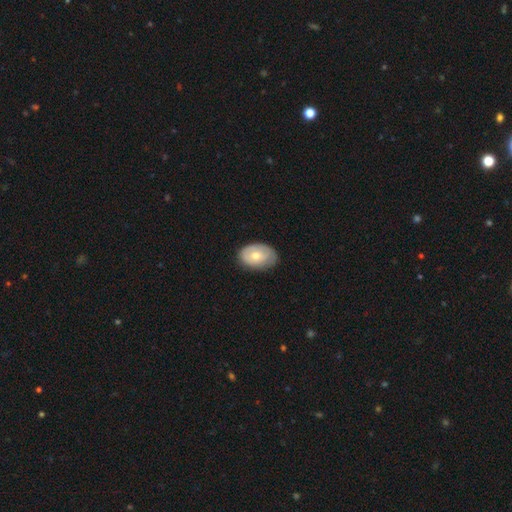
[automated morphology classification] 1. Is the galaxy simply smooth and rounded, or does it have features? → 60% smooth, 34% featured or disk, 6% star or artifact.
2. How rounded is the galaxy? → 85% in between, 14% round, 1% cigar-shaped.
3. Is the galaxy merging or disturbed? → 74% none, 21% minor disturbance, 4% major disturbance, 1% merger.